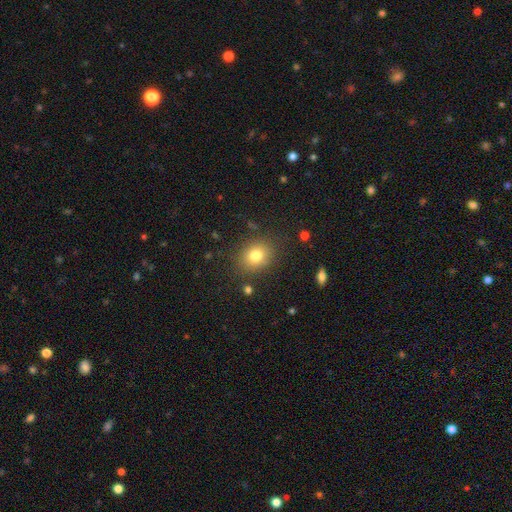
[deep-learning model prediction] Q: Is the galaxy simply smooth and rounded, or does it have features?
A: smooth — 79%.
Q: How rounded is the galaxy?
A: round — 52%.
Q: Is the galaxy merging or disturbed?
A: none — 84%.